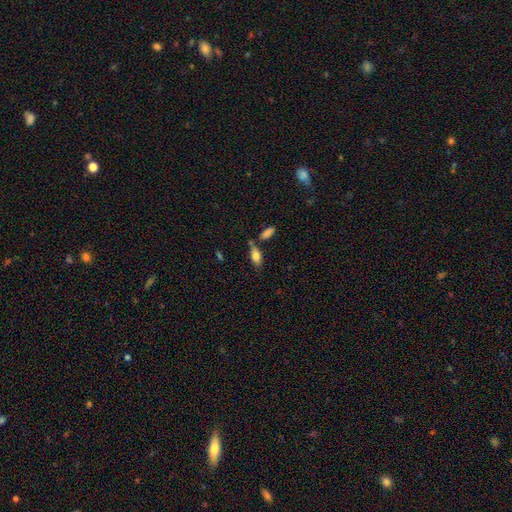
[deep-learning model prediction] A smooth galaxy with no disk features (77%) that is in between round and cigar-shaped (81%).

Vote fractions:
- Smooth or featured? smooth: 77% / featured or disk: 16% / star or artifact: 7%
- How rounded? in between: 81% / cigar-shaped: 16% / round: 3%
- Merging? none: 61% / merger: 19% / minor disturbance: 15% / major disturbance: 4%